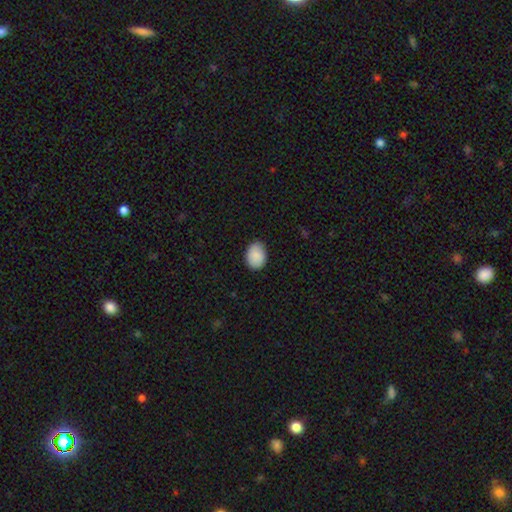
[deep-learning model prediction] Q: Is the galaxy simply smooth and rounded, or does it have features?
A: smooth — 89%.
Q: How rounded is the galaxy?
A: in between — 71%.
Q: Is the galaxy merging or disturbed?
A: none — 84%.